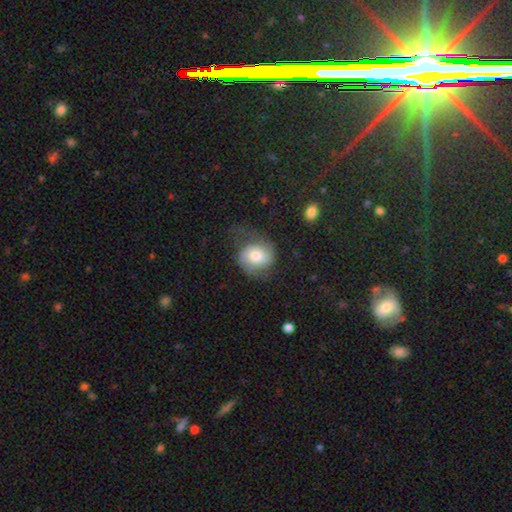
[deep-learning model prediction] Overall: smooth (46%, tied with featured or disk). Merging: none (47%; major disturbance 26%).